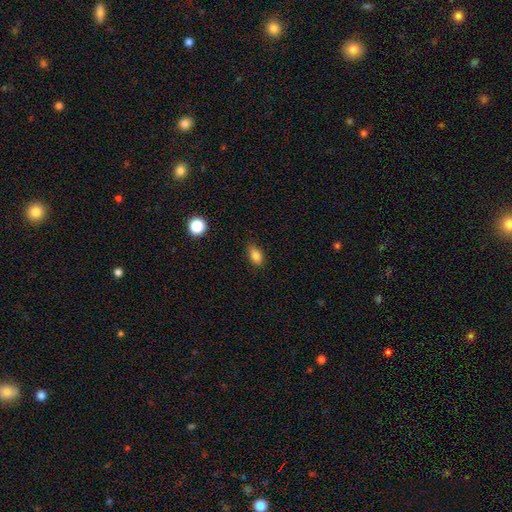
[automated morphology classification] This is clearly a smooth galaxy (84%). How rounded: clearly in between (84%). Merging: clearly none (82%).